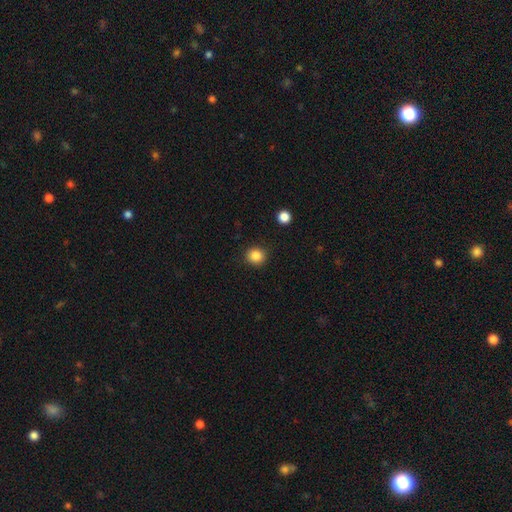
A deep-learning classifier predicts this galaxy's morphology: The model was most divided on "smooth or featured": smooth: 85%, star or artifact: 11%, featured or disk: 4%. More confident: merging — none (90%); how rounded — round (89%).